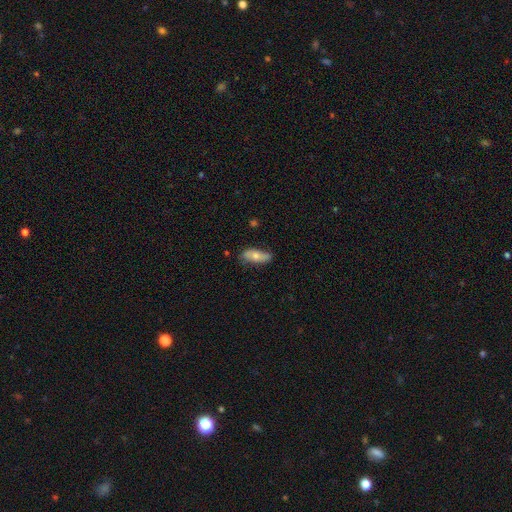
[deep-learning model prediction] smooth-or-featured: smooth: 63% | featured or disk: 31% | star or artifact: 7%
  how-rounded: in between: 73% | cigar-shaped: 24% | round: 3%
  merging: none: 74% | minor disturbance: 21% | major disturbance: 4% | merger: 2%